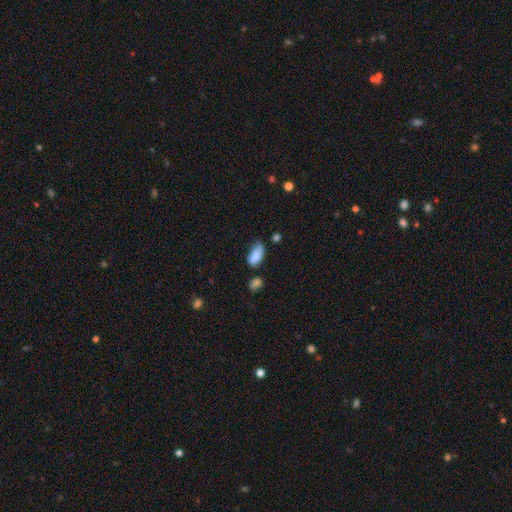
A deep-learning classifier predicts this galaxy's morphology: Smooth or featured?
  - smooth: 84% *
  - featured or disk: 8%
  - star or artifact: 7%
How rounded?
  - in between: 92% *
  - cigar-shaped: 6%
  - round: 3%
Merging?
  - none: 51% *
  - minor disturbance: 34%
  - major disturbance: 8%
  - merger: 7%